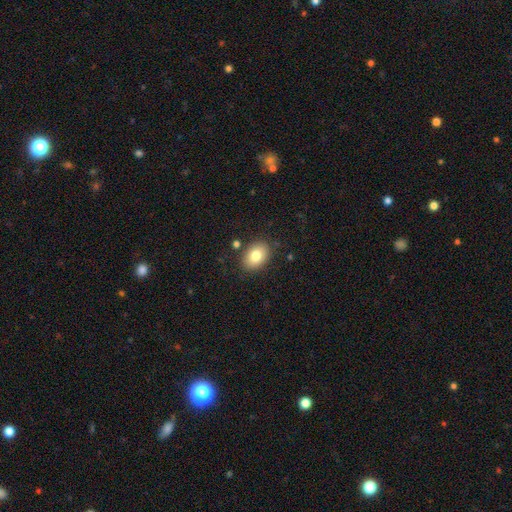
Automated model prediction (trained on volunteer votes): A smooth galaxy with no disk features (81%) that is in between round and cigar-shaped (78%).

Vote fractions:
- Smooth or featured? smooth: 81% / featured or disk: 11% / star or artifact: 8%
- How rounded? in between: 78% / round: 21% / cigar-shaped: 1%
- Merging? none: 84% / minor disturbance: 11% / merger: 3% / major disturbance: 3%